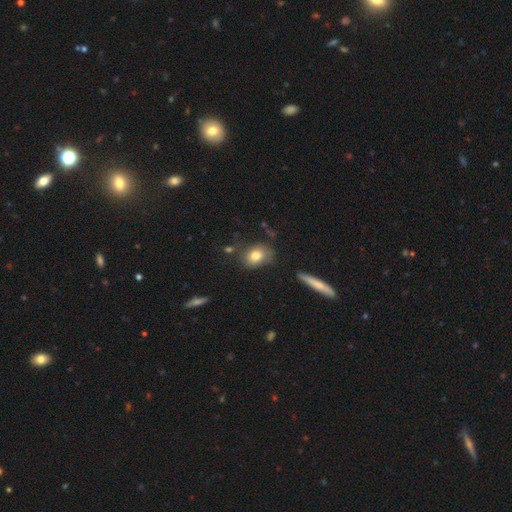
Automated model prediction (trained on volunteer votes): Smooth or featured? smooth (79%)
How rounded? in between (65%)
Merging? none (68%)